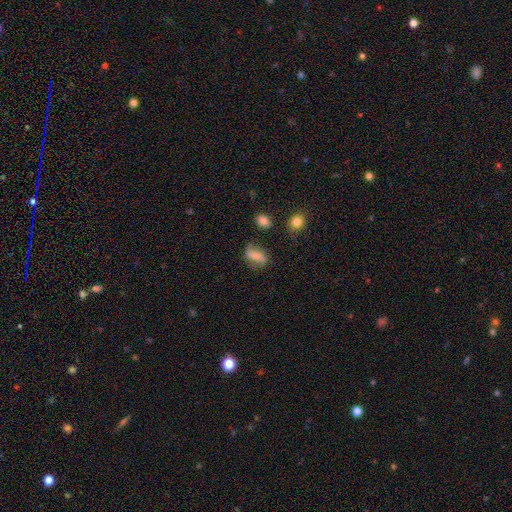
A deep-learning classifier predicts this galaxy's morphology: smooth-or-featured: featured or disk: 54% | smooth: 36% | star or artifact: 10%
  disk-edge-on: no: 95% | yes: 5%
    bar: weak: 34% (tied) | no: 34% (tied) | strong: 32%
    has-spiral-arms: yes: 86% | no: 14%
    bulge-size: small: 39% | none: 34% | moderate: 21% | large: 5% | dominant: 2%
  merging: none: 68% | minor disturbance: 19% | major disturbance: 8% | merger: 4%